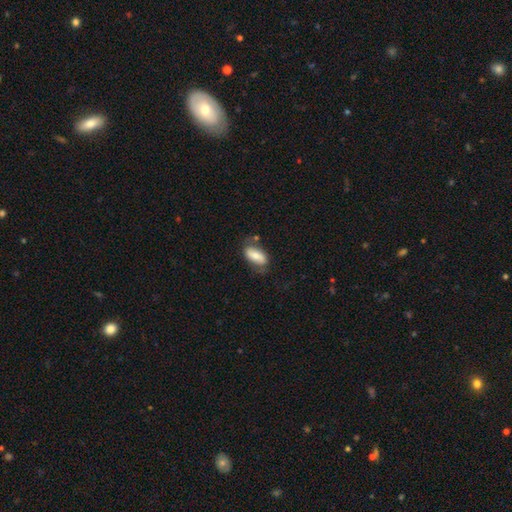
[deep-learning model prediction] Smooth or featured? Predicted: smooth (p=0.64). How rounded? Predicted: in between (p=0.88). Merging? Predicted: none (p=0.59).